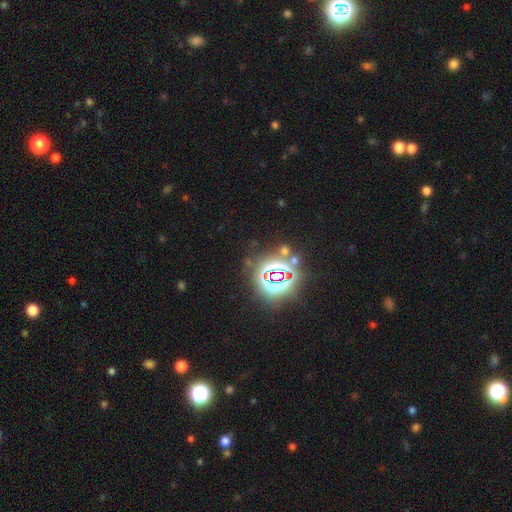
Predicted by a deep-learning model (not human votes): star or artifact 82%, smooth 10%, featured or disk 7%.